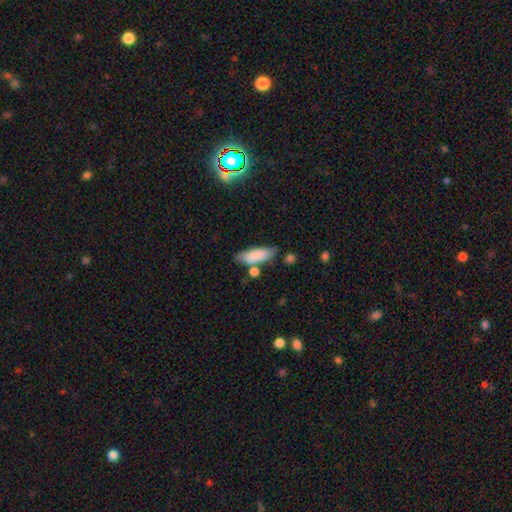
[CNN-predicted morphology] Smooth or featured? Predicted: smooth (p=0.84). How rounded? Predicted: in between (p=0.61). Merging? Predicted: none (p=0.68).